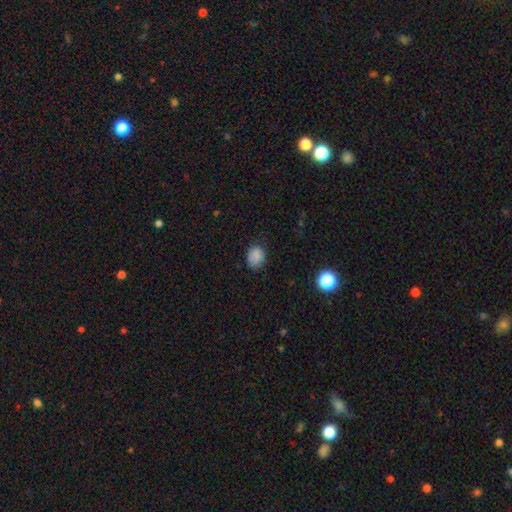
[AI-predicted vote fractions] Q: Smooth or featured?
A: smooth (81%); runner-up: star or artifact (11%)
Q: How rounded?
A: in between (55%); runner-up: round (44%)
Q: Merging?
A: none (73%); runner-up: minor disturbance (20%)